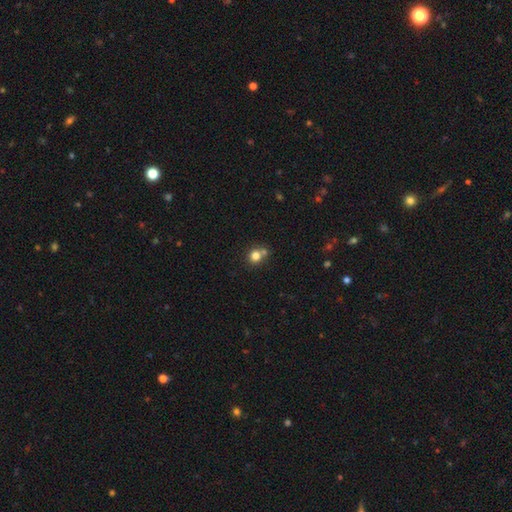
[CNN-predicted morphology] Smooth or featured? smooth (80%)
How rounded? round (85%)
Merging? none (58%)